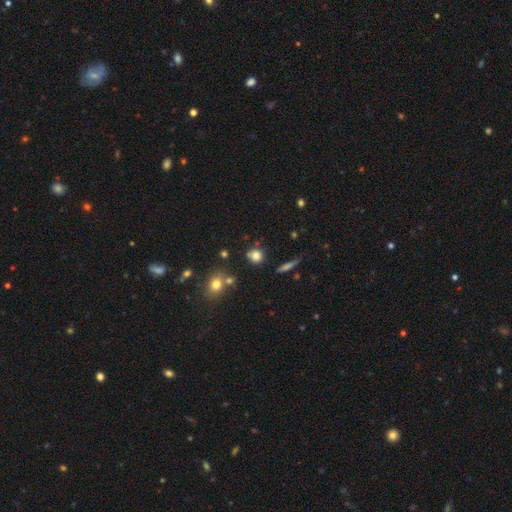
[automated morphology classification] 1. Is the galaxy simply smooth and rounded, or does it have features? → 78% smooth, 14% star or artifact, 8% featured or disk.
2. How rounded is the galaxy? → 84% round, 14% in between, 2% cigar-shaped.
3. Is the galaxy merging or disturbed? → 75% none, 12% minor disturbance, 9% merger, 4% major disturbance.